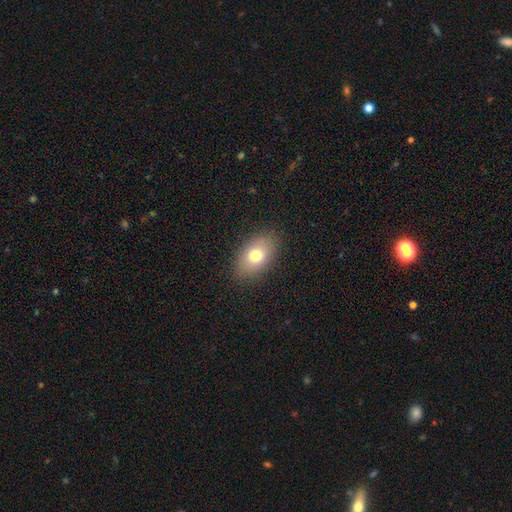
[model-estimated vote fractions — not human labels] Smooth or featured: smooth — 74% (featured or disk — 16%)
How rounded: in between — 87% (round — 11%)
Merging: none — 87% (minor disturbance — 9%)